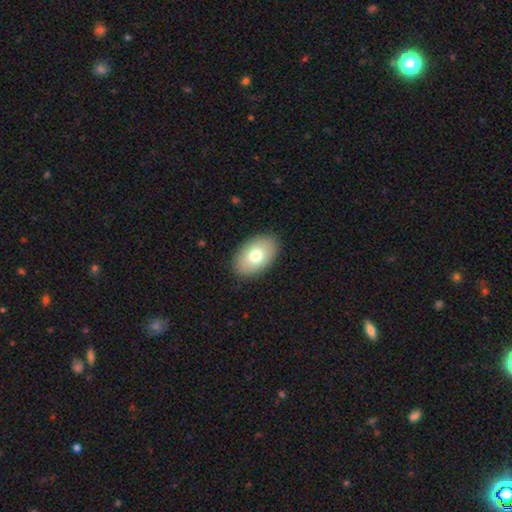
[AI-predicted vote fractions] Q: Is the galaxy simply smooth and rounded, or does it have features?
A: smooth — 75%.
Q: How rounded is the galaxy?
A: in between — 92%.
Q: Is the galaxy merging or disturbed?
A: none — 89%.